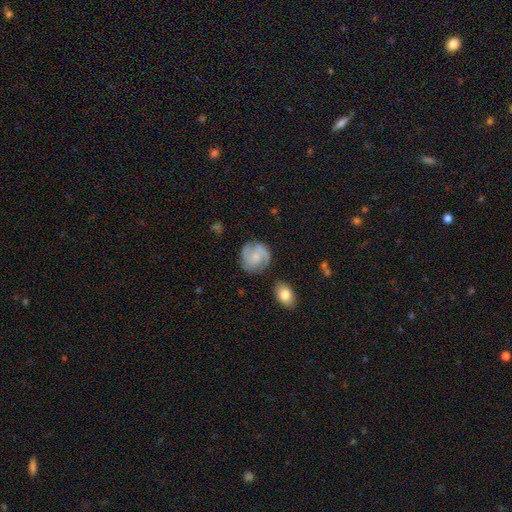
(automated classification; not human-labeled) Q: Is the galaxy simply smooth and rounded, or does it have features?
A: featured or disk — 61%.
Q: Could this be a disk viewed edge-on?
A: no — 98%.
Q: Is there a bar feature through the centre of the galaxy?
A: no — 64%.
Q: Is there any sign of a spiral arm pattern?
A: yes — 91%.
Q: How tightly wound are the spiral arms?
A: medium — 46%.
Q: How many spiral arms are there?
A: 2 — 56%.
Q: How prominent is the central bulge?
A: small — 54%.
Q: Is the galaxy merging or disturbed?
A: none — 77%.